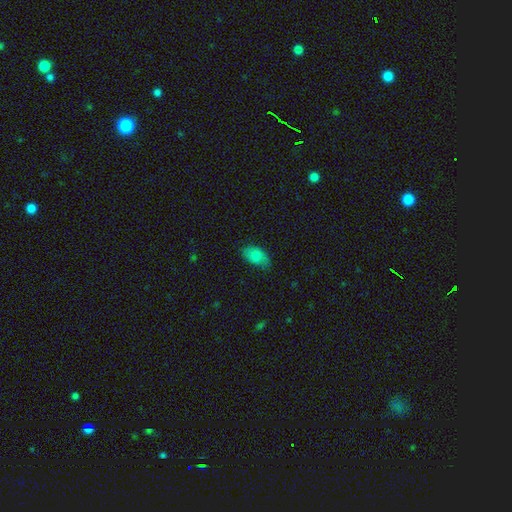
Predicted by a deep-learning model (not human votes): A smooth galaxy with no disk features (81%) that is in between round and cigar-shaped (92%).

Vote fractions:
- Smooth or featured? smooth: 81% / featured or disk: 11% / star or artifact: 8%
- How rounded? in between: 92% / round: 6% / cigar-shaped: 2%
- Merging? none: 65% / minor disturbance: 27% / major disturbance: 6% / merger: 1%